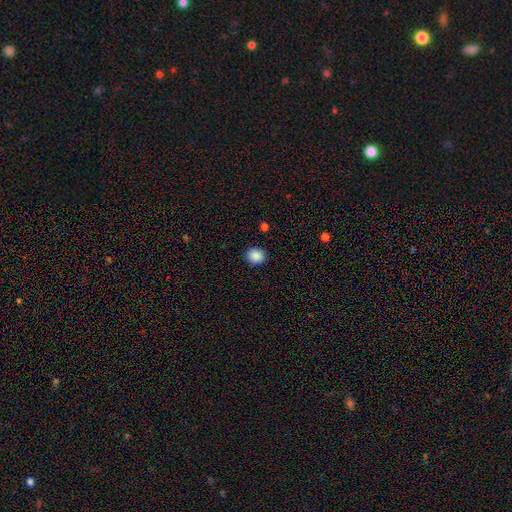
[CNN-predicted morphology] Smooth or featured? Predicted: smooth (p=0.88). How rounded? Predicted: round (p=0.82). Merging? Predicted: none (p=0.91).